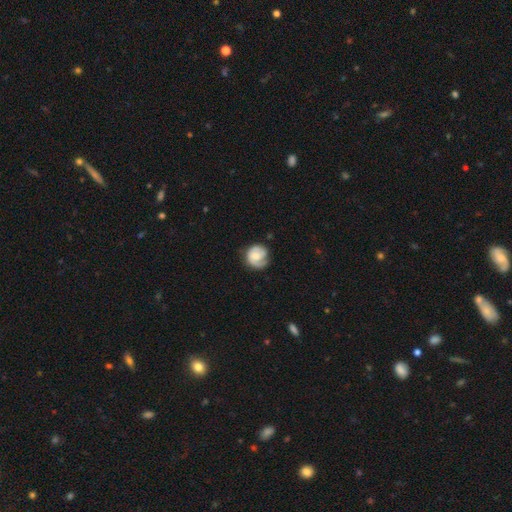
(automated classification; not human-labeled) featured or disk 53%, smooth 40%, star or artifact 6%. Down the decision tree: edge-on disk — no (98%); bar — no (69%); spiral arms — yes (85%); bulge size — moderate (43%); merging — none (64%).